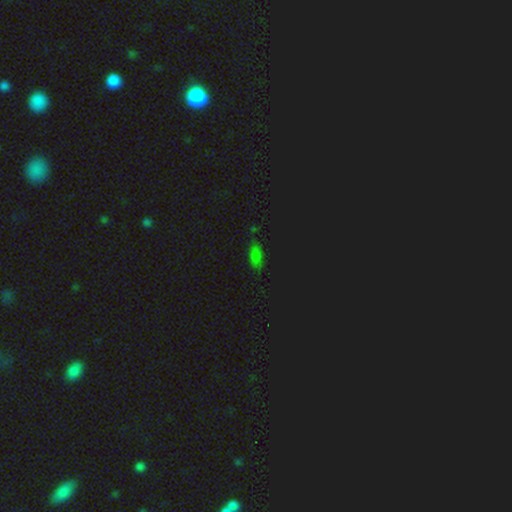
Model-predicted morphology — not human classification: smooth-or-featured: smooth: 63% | star or artifact: 29% | featured or disk: 9%
  how-rounded: in between: 83% | cigar-shaped: 11% | round: 6%
  merging: none: 75% | minor disturbance: 18% | major disturbance: 4% | merger: 3%